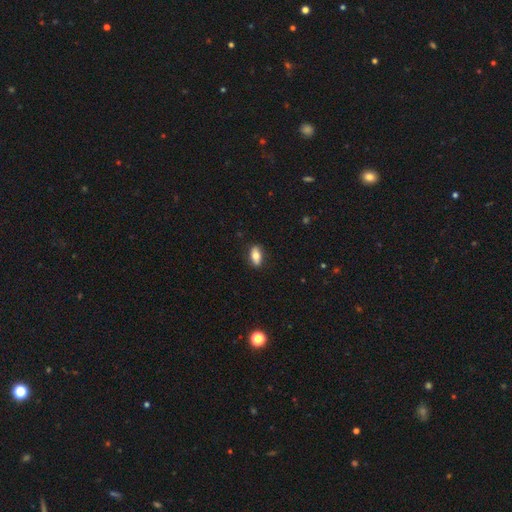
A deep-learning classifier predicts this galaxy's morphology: Smooth or featured?
  - smooth: 76% *
  - featured or disk: 17%
  - star or artifact: 7%
How rounded?
  - in between: 87% *
  - cigar-shaped: 8%
  - round: 5%
Merging?
  - none: 87% *
  - minor disturbance: 10%
  - major disturbance: 2%
  - merger: 1%